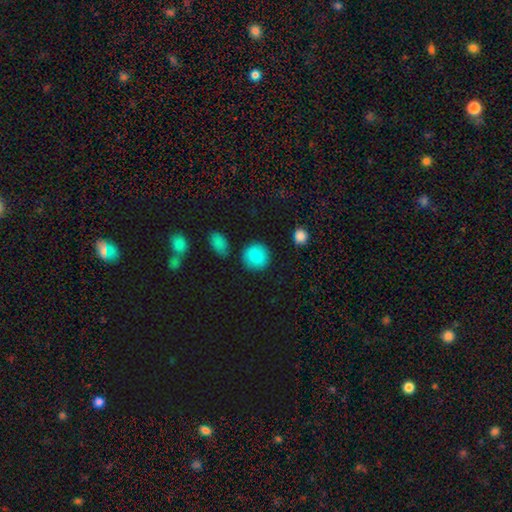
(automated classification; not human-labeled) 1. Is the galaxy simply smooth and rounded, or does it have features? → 87% smooth, 8% star or artifact, 5% featured or disk.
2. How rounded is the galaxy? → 89% round, 9% in between, 1% cigar-shaped.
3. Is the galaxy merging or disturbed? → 84% none, 9% minor disturbance, 4% merger, 3% major disturbance.